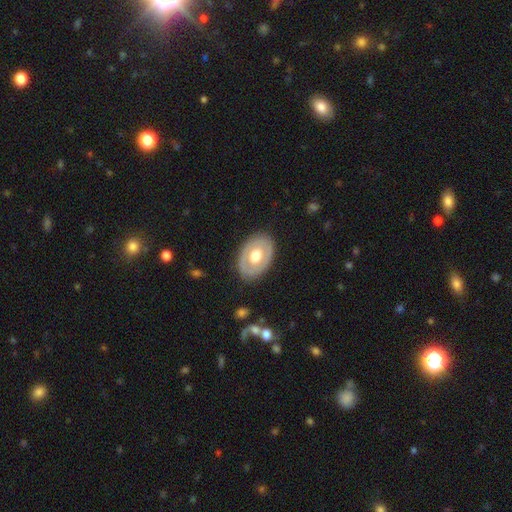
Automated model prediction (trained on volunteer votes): featured or disk 50%, smooth 45%, star or artifact 5%. Down the decision tree: edge-on disk — no (90%); merging — none (83%).